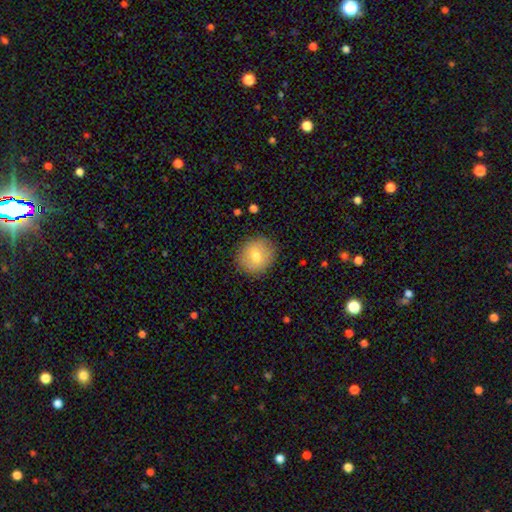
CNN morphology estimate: type=smooth (74%); roundness=round (85%); merging=none (87%).